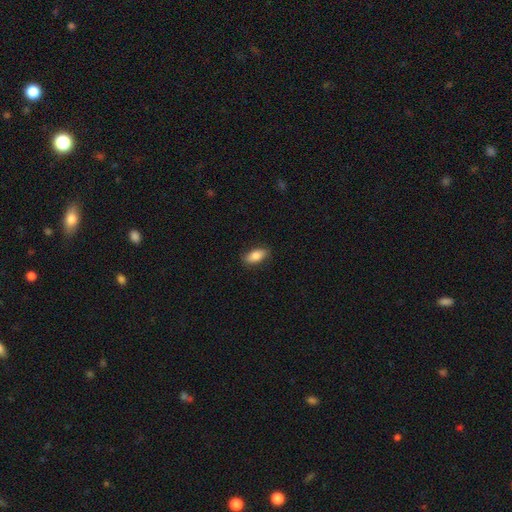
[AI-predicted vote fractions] A smooth galaxy with no disk features (84%) that is in between round and cigar-shaped (87%).

Vote fractions:
- Smooth or featured? smooth: 84% / featured or disk: 10% / star or artifact: 7%
- How rounded? in between: 87% / cigar-shaped: 9% / round: 3%
- Merging? none: 86% / minor disturbance: 11% / major disturbance: 2% / merger: 1%